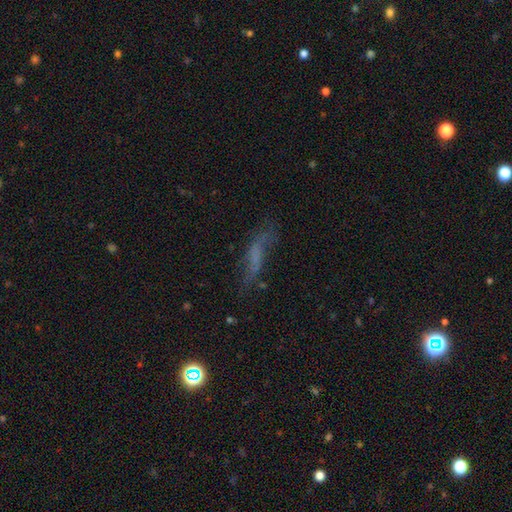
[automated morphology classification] type=smooth (41%, tied with featured or disk); merging=none (51%).